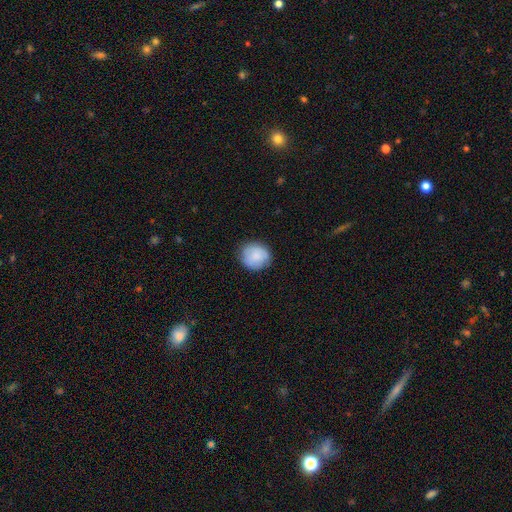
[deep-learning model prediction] This appears to be a smooth galaxy with no disk features (83%) that is round (85%). Merging: none (82%).